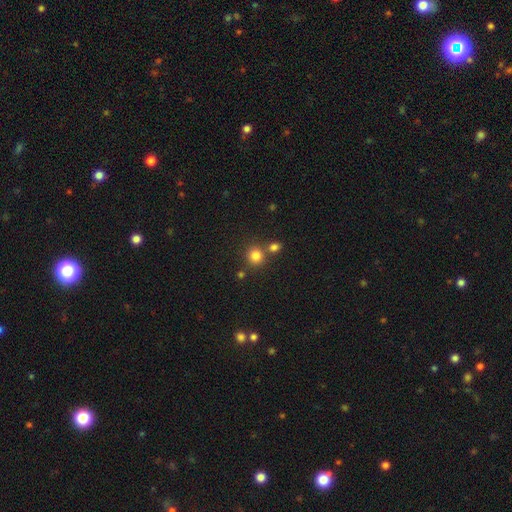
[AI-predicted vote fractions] smooth_or_featured: smooth (p=0.82) [alt: star or artifact p=0.13]
how_rounded: round (p=0.87) [alt: in between p=0.12]
merging: none (p=0.67) [alt: merger p=0.22]